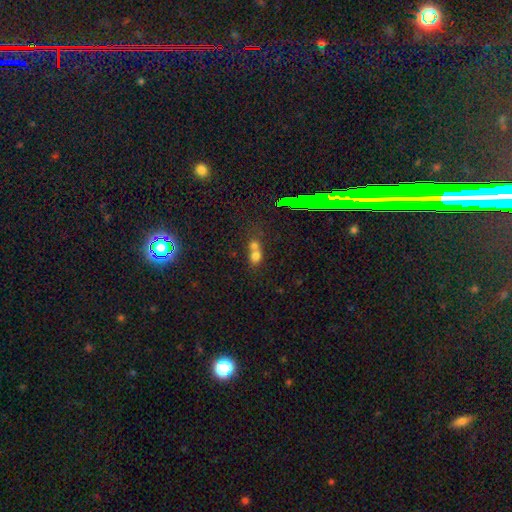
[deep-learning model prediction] smooth_or_featured: smooth (p=0.69) [alt: star or artifact p=0.17]
how_rounded: round (p=0.60) [alt: in between p=0.37]
merging: merger (p=0.65) [alt: none p=0.26]